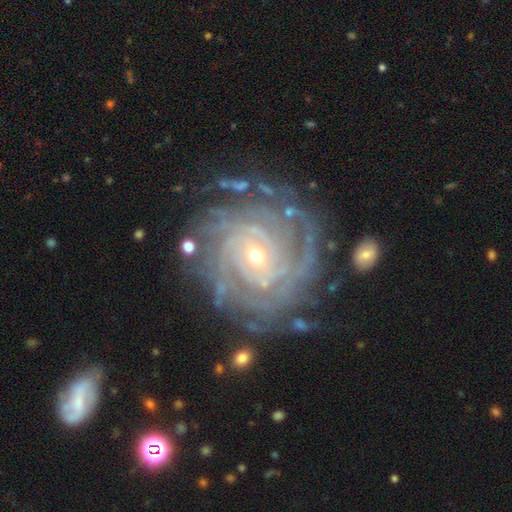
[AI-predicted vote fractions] This is clearly a featured or disk galaxy (91%). It is clearly not viewed edge-on (98%). Bar: possibly no (55%). Spiral arm pattern: clearly yes (98%). Spiral arm count: marginally can't tell (25%). Spiral winding: clearly tight (84%). Central bulge: likely small (65%). Merging: likely none (77%).